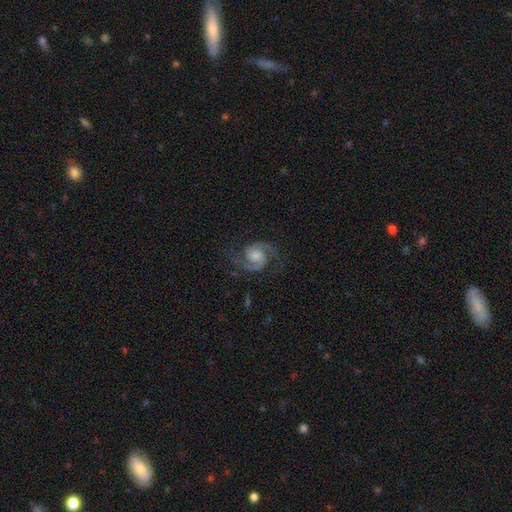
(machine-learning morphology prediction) Overall: featured or disk (92%). Edge-on disk: no (98%). Bar: no (57%; weak 35%). Spiral arms: yes (99%). Spiral arm count: 2 (94%). Spiral winding: medium (59%; tight 30%). Bulge size: moderate (50%; small 27%). Merging: none (80%).